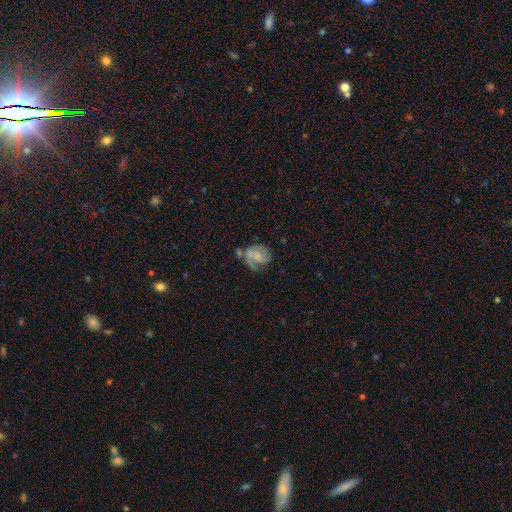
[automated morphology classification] This appears to be a featured or disk galaxy (63%) with no bar (51%), 2 (47%) medium (42%) spiral arms (85%) and no central bulge (41%). Merging: none (41%).